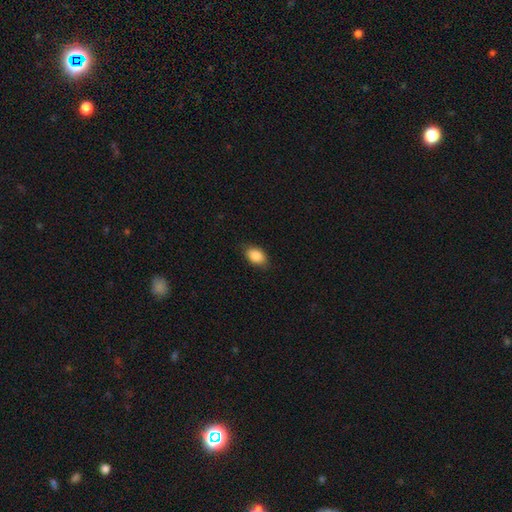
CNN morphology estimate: Smooth or featured? smooth (88%)
How rounded? in between (89%)
Merging? none (84%)